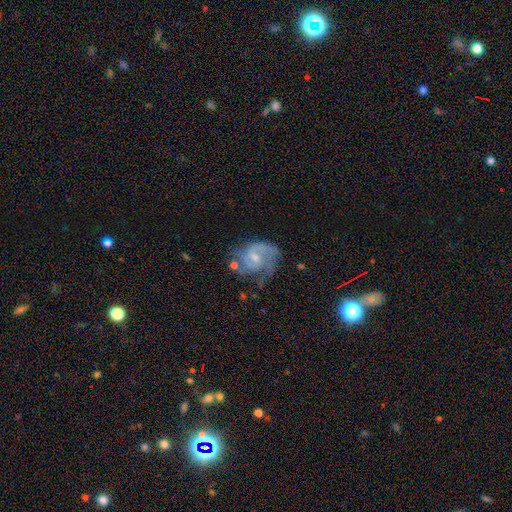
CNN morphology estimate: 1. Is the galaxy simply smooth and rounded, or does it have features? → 80% featured or disk, 13% smooth, 7% star or artifact.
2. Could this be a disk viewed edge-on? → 98% no, 2% yes.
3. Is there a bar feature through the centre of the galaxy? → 52% weak, 39% no, 10% strong.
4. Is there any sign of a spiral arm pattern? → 92% yes, 8% no.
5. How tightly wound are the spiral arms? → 49% medium, 28% tight, 23% loose.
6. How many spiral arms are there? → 62% 2, 15% can't tell, 13% 1, 7% 3, 2% 4, 2% more than 4.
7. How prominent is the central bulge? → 57% small, 32% moderate, 8% none, 2% large, 1% dominant.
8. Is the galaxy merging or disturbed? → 48% none, 25% minor disturbance, 20% major disturbance, 7% merger.